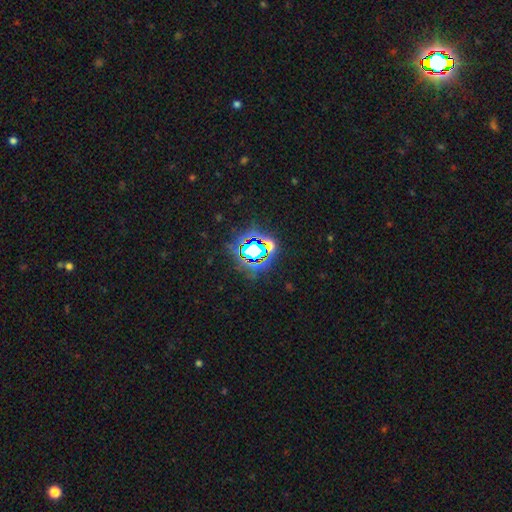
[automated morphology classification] smooth_or_featured: star or artifact (p=0.83) [alt: smooth p=0.10]